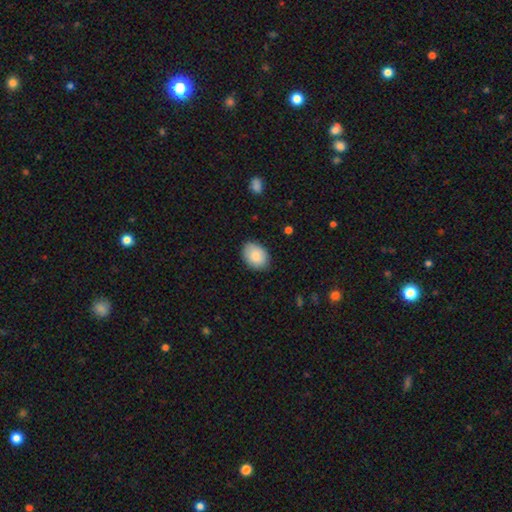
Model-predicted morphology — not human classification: This is clearly a smooth galaxy (85%). How rounded: likely in between (75%). Merging: clearly none (83%).